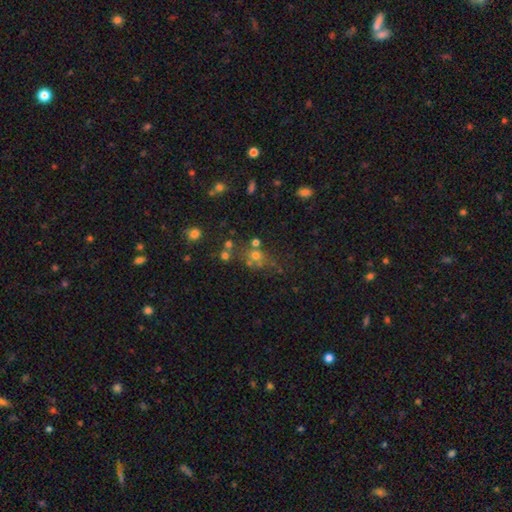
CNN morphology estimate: Smooth or featured? smooth (55%)
How rounded? round (74%)
Merging? none (54%)